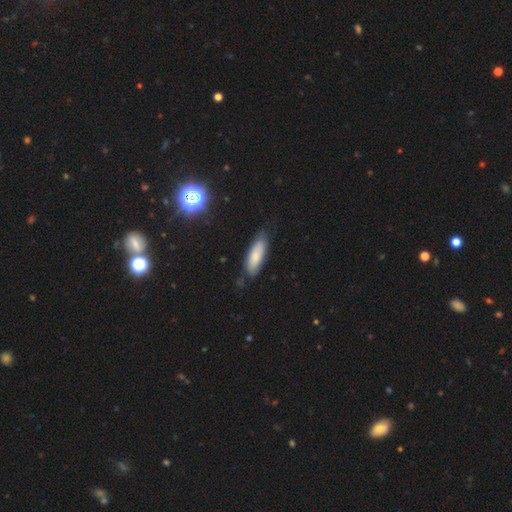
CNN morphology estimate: smooth 76%, featured or disk 17%, star or artifact 7%. Down the decision tree: how rounded — in between (53%); merging — none (72%).